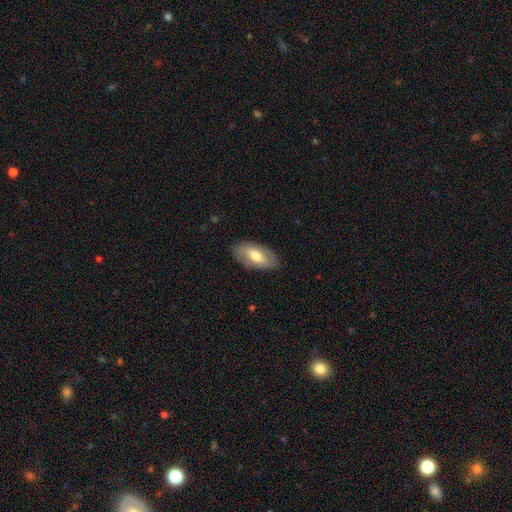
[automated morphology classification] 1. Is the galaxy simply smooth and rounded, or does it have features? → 61% smooth, 33% featured or disk, 6% star or artifact.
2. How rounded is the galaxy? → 92% in between, 5% cigar-shaped, 3% round.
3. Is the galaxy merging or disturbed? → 83% none, 12% minor disturbance, 3% major disturbance, 1% merger.